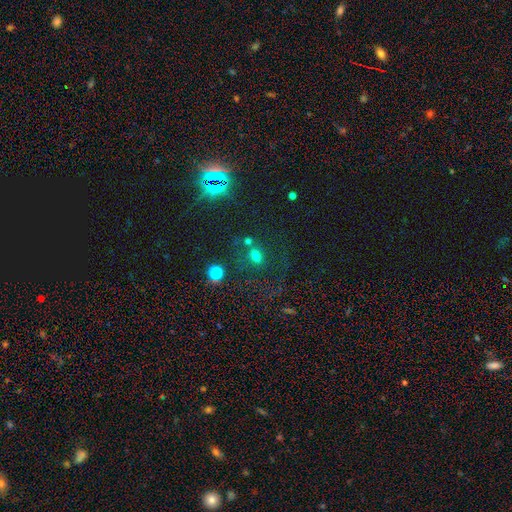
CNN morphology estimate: This is likely a smooth galaxy (62%). How rounded: possibly round (51%). Merging: possibly none (59%).